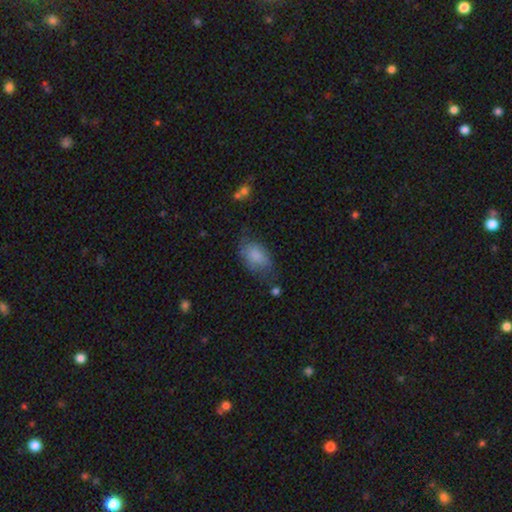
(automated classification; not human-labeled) smooth_or_featured: smooth (p=0.80) [alt: featured or disk p=0.13]
how_rounded: in between (p=0.89) [alt: round p=0.09]
merging: none (p=0.52) [alt: minor disturbance p=0.31]